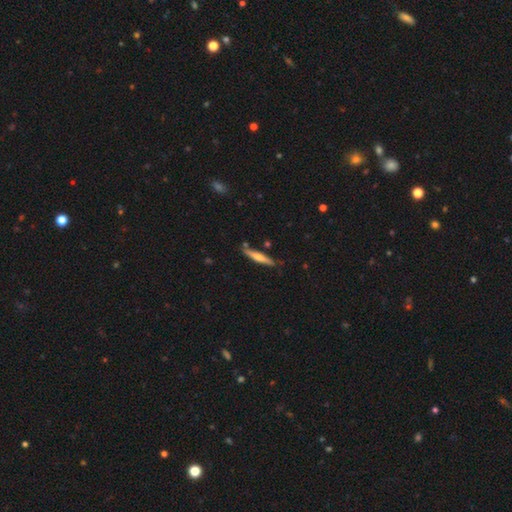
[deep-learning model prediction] Smooth or featured? Predicted: featured or disk (p=0.48). Merging? Predicted: none (p=0.82).